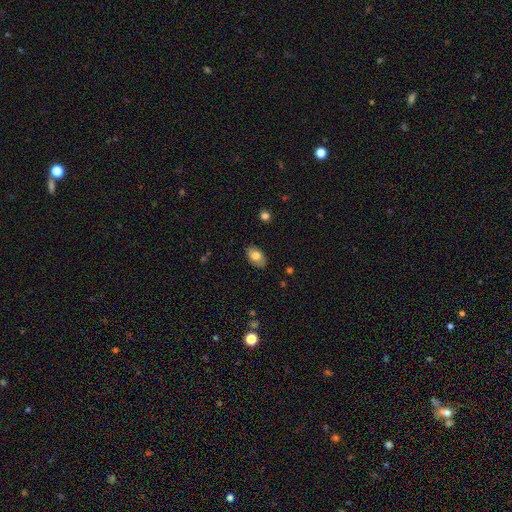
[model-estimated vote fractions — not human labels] Smooth or featured? Predicted: smooth (p=0.77). How rounded? Predicted: in between (p=0.90). Merging? Predicted: none (p=0.85).